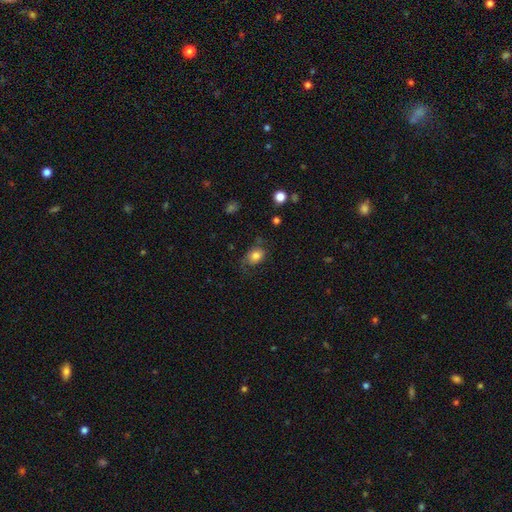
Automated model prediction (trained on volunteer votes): smooth 77%, featured or disk 13%, star or artifact 9%. Down the decision tree: how rounded — in between (65%); merging — none (57%).